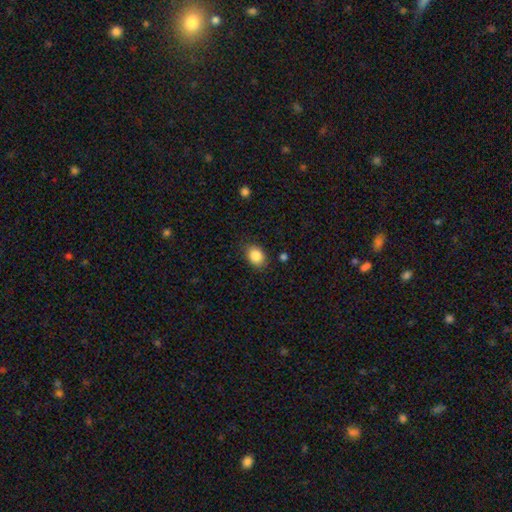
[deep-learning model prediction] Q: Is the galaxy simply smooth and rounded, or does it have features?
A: smooth — 86%.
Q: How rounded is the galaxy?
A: in between — 61%.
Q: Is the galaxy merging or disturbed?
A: none — 80%.